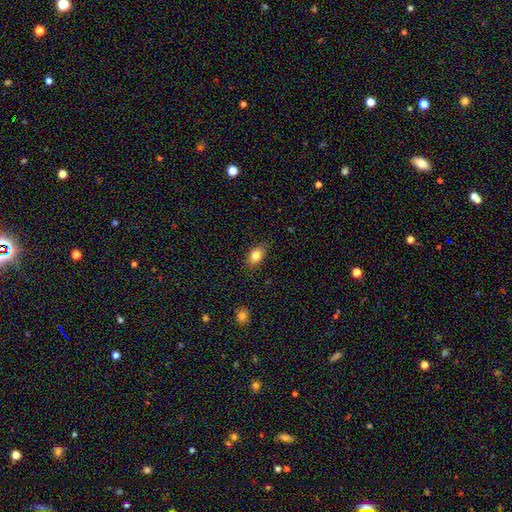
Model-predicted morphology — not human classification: The model was most divided on "merging": none: 83%, minor disturbance: 13%, major disturbance: 3%, merger: 1%. More confident: how rounded — in between (84%); smooth or featured — smooth (82%).